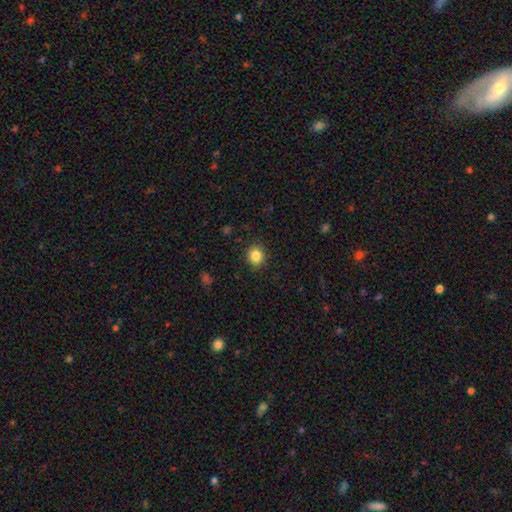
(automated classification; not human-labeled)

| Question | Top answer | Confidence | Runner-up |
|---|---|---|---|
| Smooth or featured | smooth | 85% | star or artifact (10%) |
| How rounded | round | 74% | in between (25%) |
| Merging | none | 89% | minor disturbance (7%) |